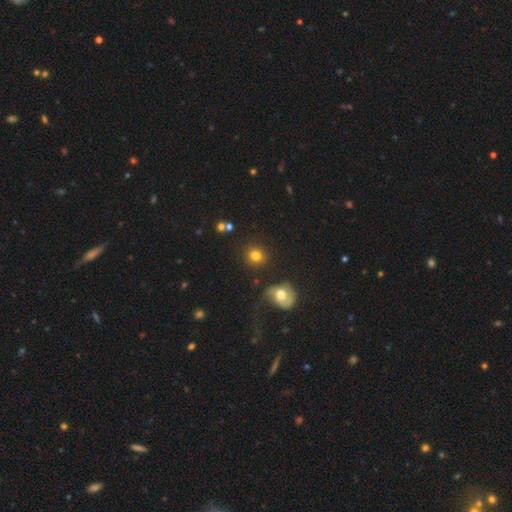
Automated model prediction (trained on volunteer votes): Morphology: type=smooth (81%); roundness=round (87%); merging=none (84%).